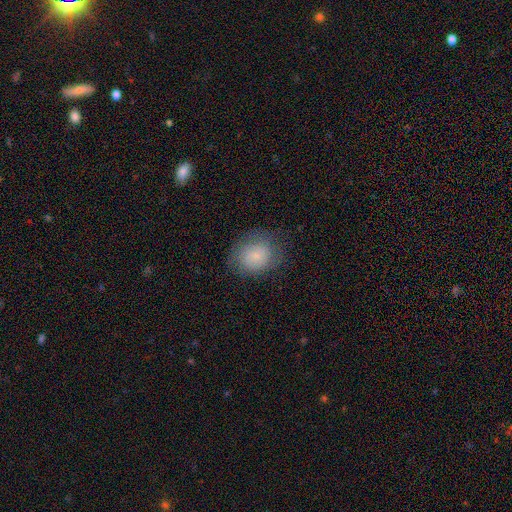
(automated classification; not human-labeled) This appears to be a smooth galaxy with no disk features (79%) that is round (66%). Merging: none (73%).